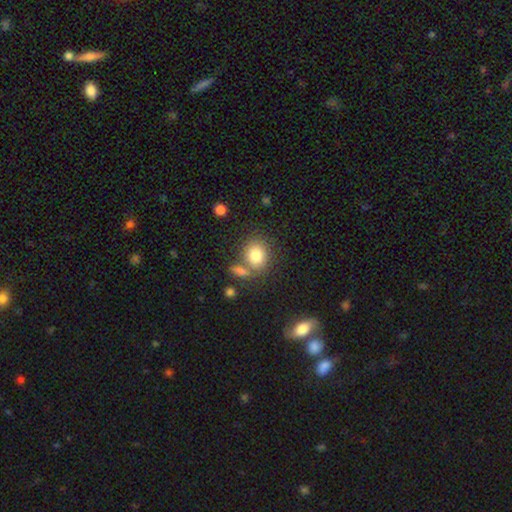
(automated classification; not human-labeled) smooth_or_featured: smooth (p=0.81) [alt: star or artifact p=0.10]
how_rounded: round (p=0.62) [alt: in between p=0.37]
merging: none (p=0.60) [alt: merger p=0.23]